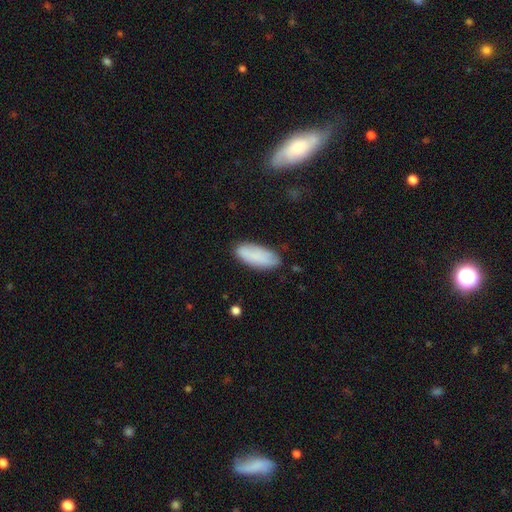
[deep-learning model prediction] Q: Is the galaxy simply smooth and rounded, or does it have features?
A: smooth — 81%.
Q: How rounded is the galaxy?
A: in between — 80%.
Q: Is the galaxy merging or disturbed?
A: none — 78%.